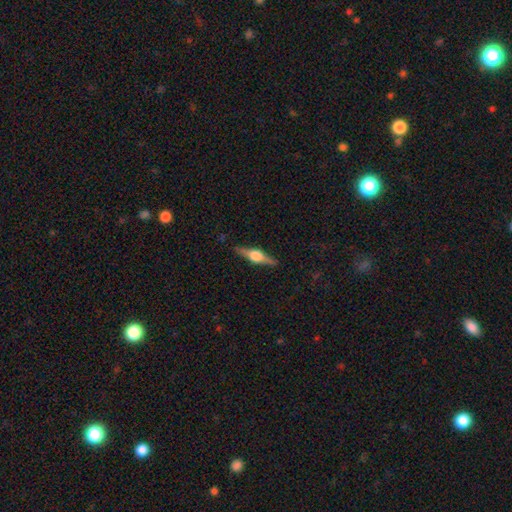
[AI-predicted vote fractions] featured or disk 76%, smooth 18%, star or artifact 6%. Down the decision tree: edge-on disk — yes (98%); edge-on bulge — rounded (92%); merging — none (89%).